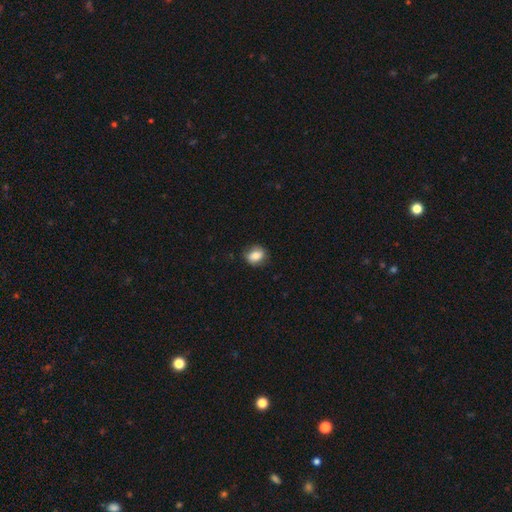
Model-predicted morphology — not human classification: A smooth galaxy with no disk features (78%) that is round (50%). Merging: none (81%).